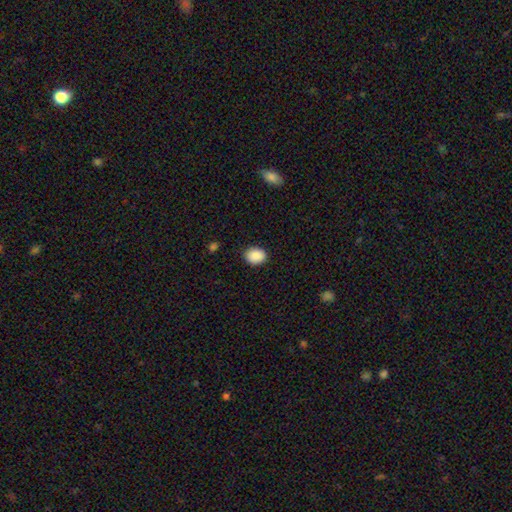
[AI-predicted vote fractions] smooth-or-featured: smooth: 90% | star or artifact: 8% | featured or disk: 3%
  how-rounded: in between: 54% | round: 46% | cigar-shaped: 1%
  merging: none: 87% | minor disturbance: 10% | major disturbance: 2% | merger: 1%